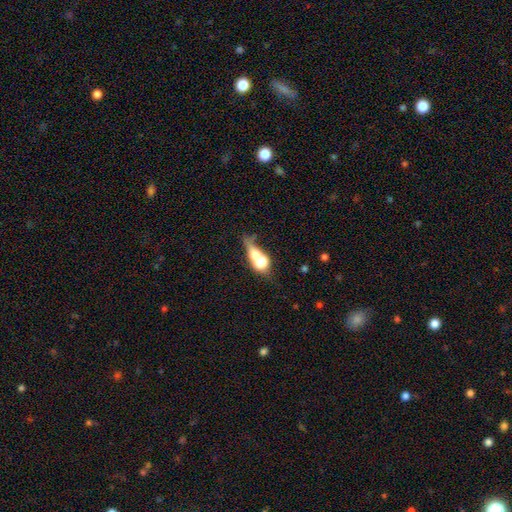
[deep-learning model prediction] Smooth or featured? Predicted: smooth (p=0.57). How rounded? Predicted: in between (p=0.45). Merging? Predicted: merger (p=0.51).